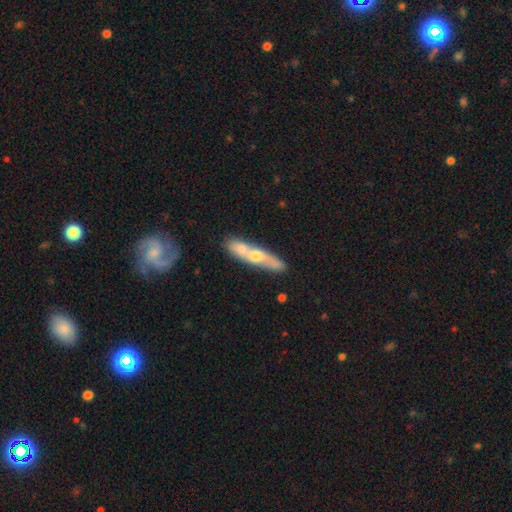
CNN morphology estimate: featured or disk 57%, smooth 38%, star or artifact 5%. Down the decision tree: edge-on disk — yes (56%); merging — none (51%).